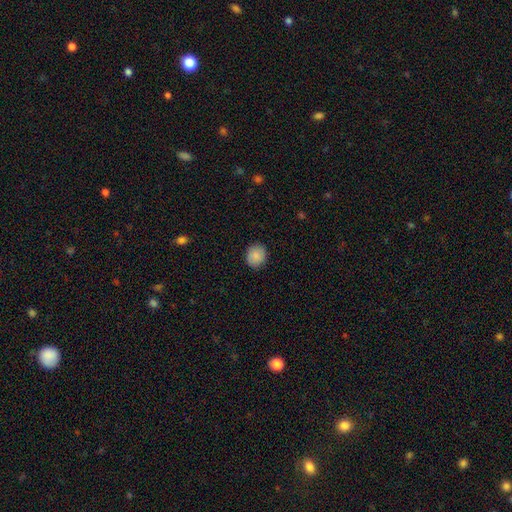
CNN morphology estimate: Overall: smooth (87%). How rounded: round (77%). Merging: none (89%).